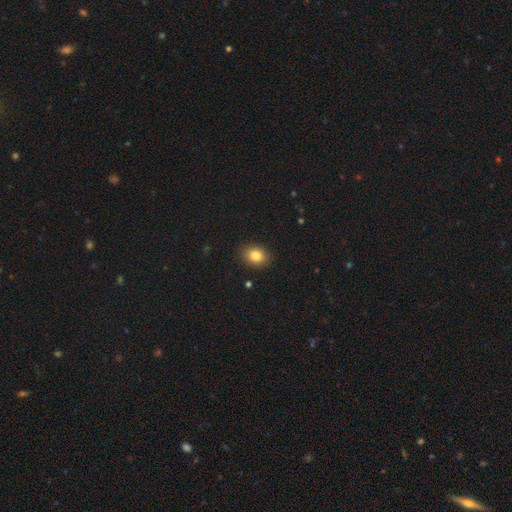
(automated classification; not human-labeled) This appears to be a smooth galaxy with no disk features (84%) that is in between round and cigar-shaped (63%). Merging: none (89%).